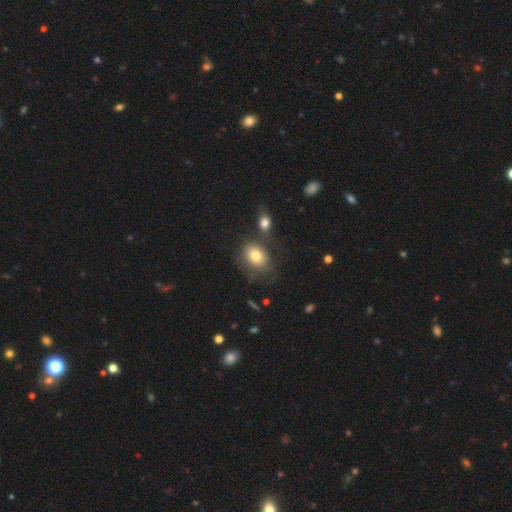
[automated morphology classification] Q: Smooth or featured?
A: smooth (79%); runner-up: featured or disk (12%)
Q: How rounded?
A: in between (63%); runner-up: round (36%)
Q: Merging?
A: none (55%); runner-up: merger (18%)